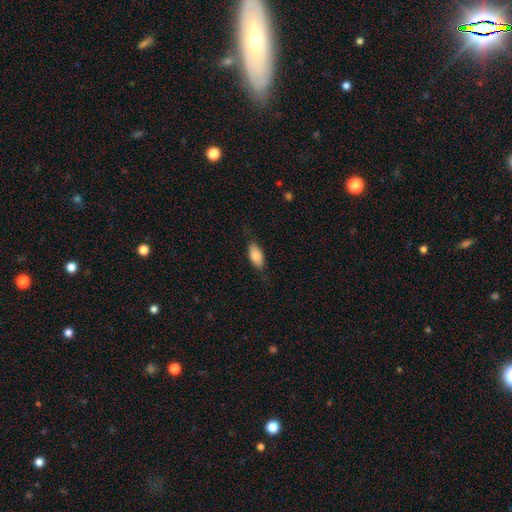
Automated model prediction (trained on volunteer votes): Smooth or featured? smooth (83%)
How rounded? in between (89%)
Merging? none (79%)